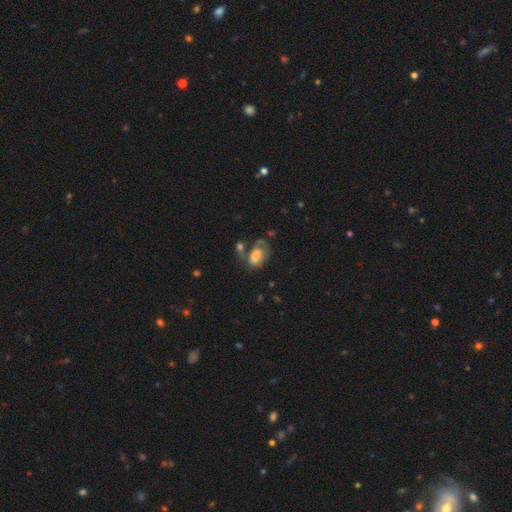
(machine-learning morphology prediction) Overall: smooth (67%). How rounded: in between (87%). Merging: none (33%; minor disturbance 24%).